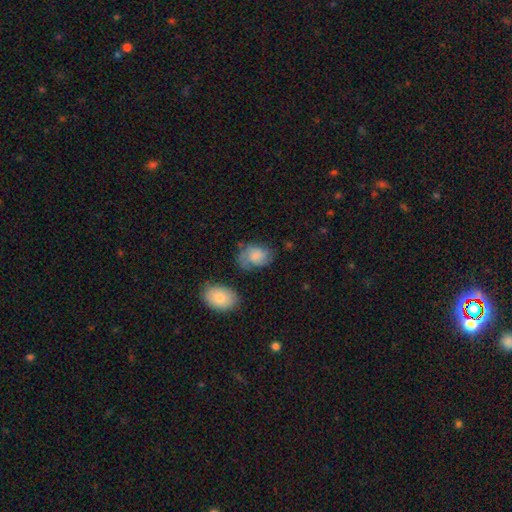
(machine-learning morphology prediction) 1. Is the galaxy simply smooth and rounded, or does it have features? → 51% smooth, 41% featured or disk, 9% star or artifact.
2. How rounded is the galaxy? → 75% in between, 23% round, 1% cigar-shaped.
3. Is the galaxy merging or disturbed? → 51% none, 28% minor disturbance, 16% major disturbance, 6% merger.